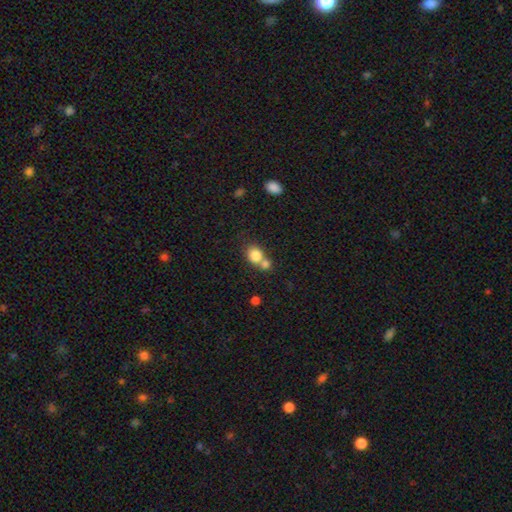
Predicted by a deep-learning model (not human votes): smooth 81%, star or artifact 10%, featured or disk 9%. Down the decision tree: how rounded — round (65%); merging — merger (50%).